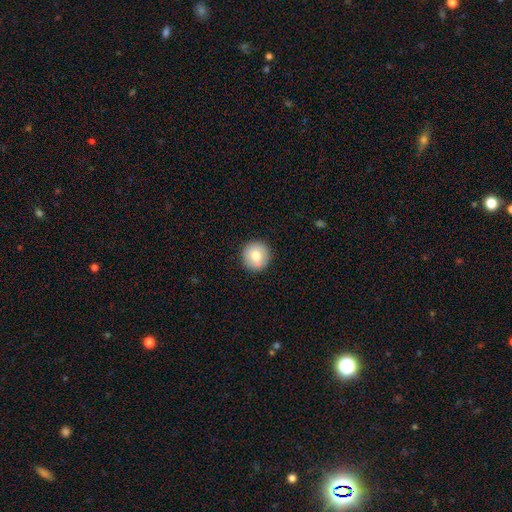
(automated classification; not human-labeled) A smooth galaxy with no disk features (77%) that is round (95%). Merging: none (91%).